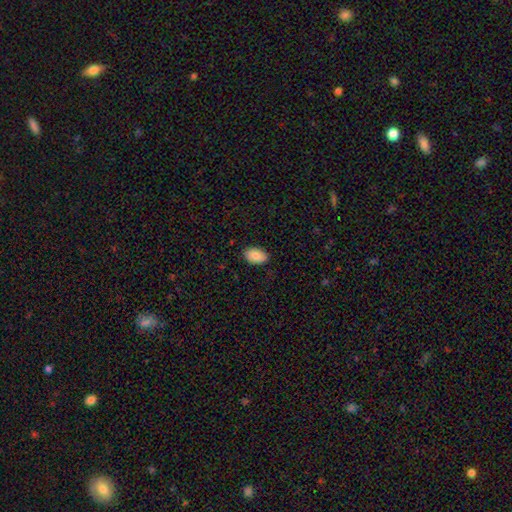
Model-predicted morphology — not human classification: Q: Smooth or featured?
A: smooth (88%); runner-up: star or artifact (7%)
Q: How rounded?
A: in between (93%); runner-up: round (6%)
Q: Merging?
A: none (87%); runner-up: minor disturbance (10%)